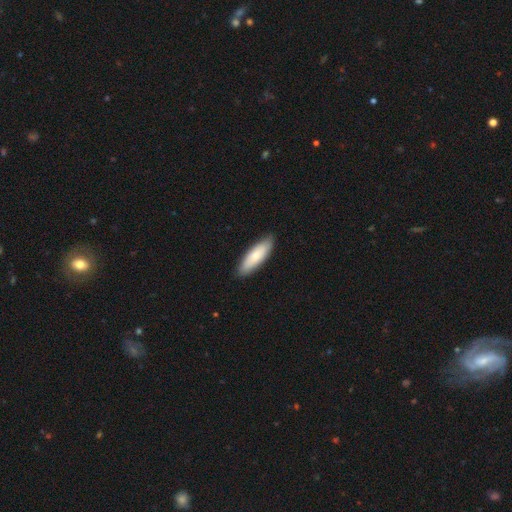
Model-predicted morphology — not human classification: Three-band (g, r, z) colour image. It shows a smooth galaxy with no disk features (70%) that is in between round and cigar-shaped (55%). Merging: none (87%).